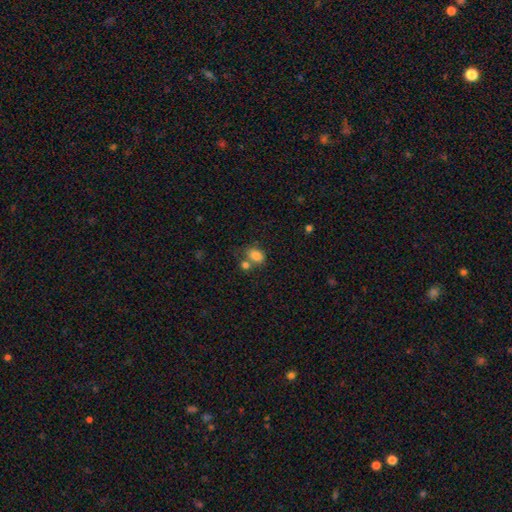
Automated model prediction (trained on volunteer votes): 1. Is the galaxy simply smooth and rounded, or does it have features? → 83% smooth, 10% star or artifact, 7% featured or disk.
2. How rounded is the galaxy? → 69% in between, 30% round, 1% cigar-shaped.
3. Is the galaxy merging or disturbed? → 50% none, 30% merger, 14% minor disturbance, 5% major disturbance.